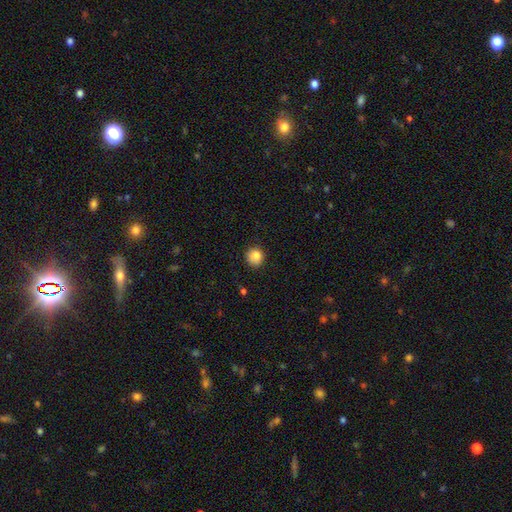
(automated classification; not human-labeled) Overall: smooth (84%). How rounded: round (87%). Merging: none (78%).